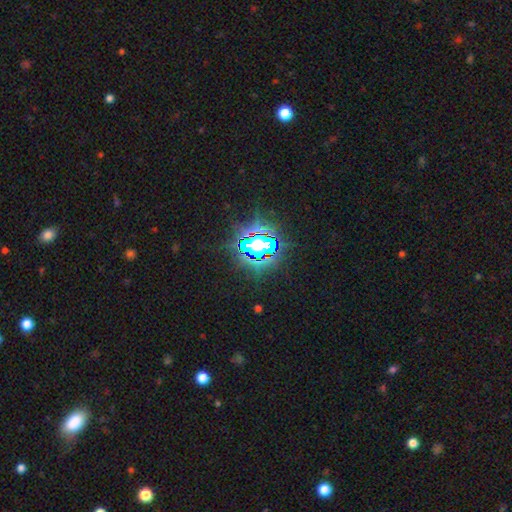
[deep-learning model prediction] smooth_or_featured: star or artifact (p=0.81) [alt: smooth p=0.12]